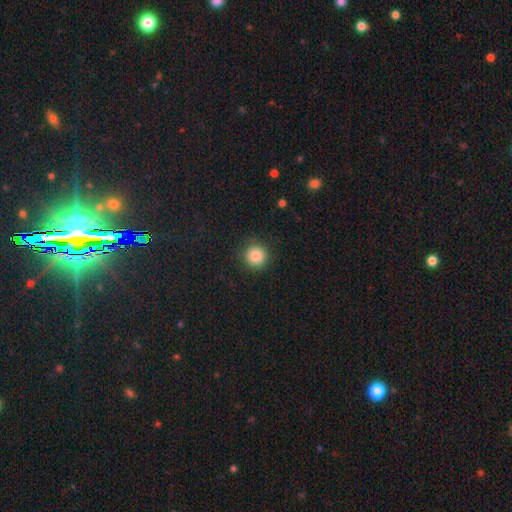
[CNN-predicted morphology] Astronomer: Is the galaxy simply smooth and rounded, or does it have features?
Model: smooth — 84%.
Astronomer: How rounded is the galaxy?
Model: round — 95%.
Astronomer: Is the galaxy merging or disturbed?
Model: none — 90%.